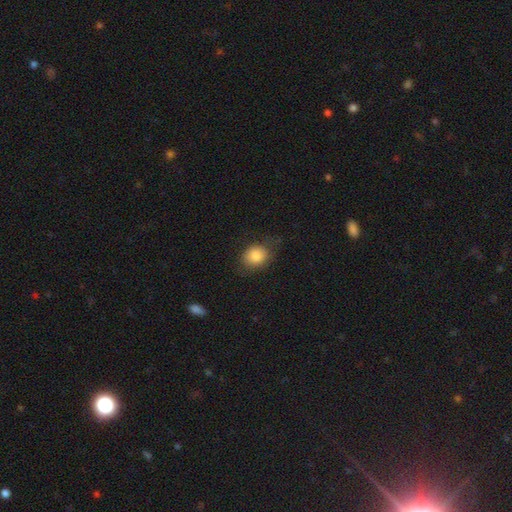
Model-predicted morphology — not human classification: Overall: smooth (84%). How rounded: round (50%; in between 49%). Merging: none (69%).